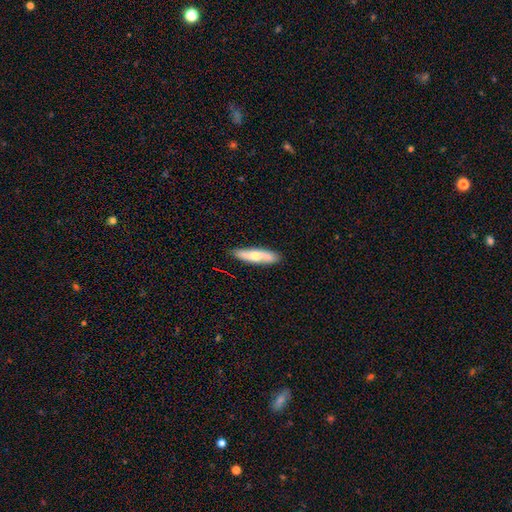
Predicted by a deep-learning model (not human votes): Smooth or featured? Predicted: smooth (p=0.61). How rounded? Predicted: cigar-shaped (p=0.70). Merging? Predicted: none (p=0.85).